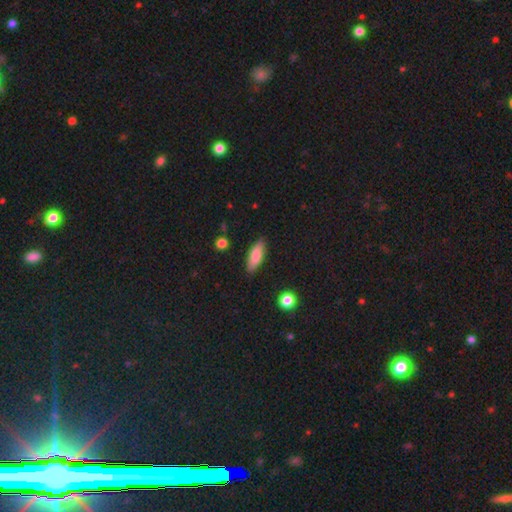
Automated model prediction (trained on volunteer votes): smooth_or_featured: smooth (p=0.83) [alt: featured or disk p=0.11]
how_rounded: in between (p=0.62) [alt: cigar-shaped p=0.36]
merging: none (p=0.85) [alt: minor disturbance p=0.11]